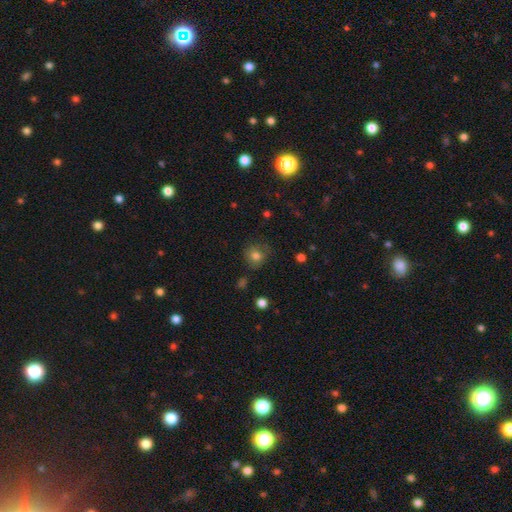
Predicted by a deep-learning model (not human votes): Overall: smooth (77%). How rounded: round (83%). Merging: none (70%).